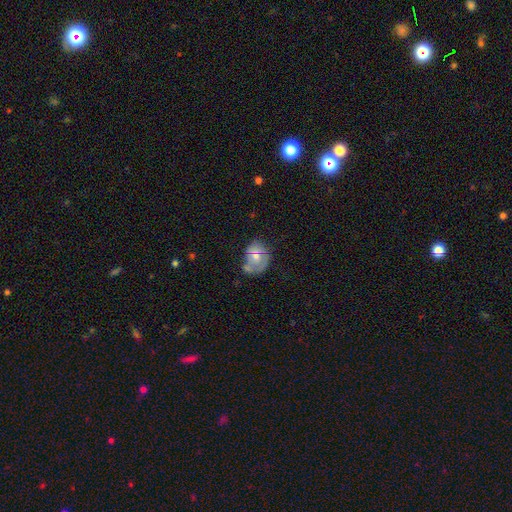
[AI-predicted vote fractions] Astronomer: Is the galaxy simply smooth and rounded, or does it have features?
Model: smooth — 49% (runner-up: featured or disk, 42%).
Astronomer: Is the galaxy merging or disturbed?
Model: none — 40% (runner-up: minor disturbance, 29%).